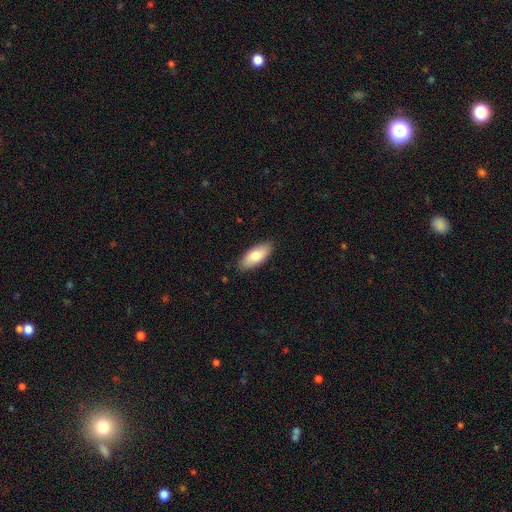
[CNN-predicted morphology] This appears to be a smooth galaxy with no disk features (78%) that is in between round and cigar-shaped (84%). Merging: none (87%).